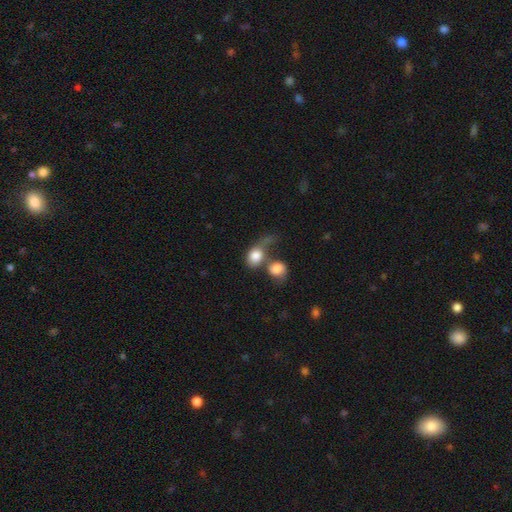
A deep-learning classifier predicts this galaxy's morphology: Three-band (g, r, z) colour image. It shows a smooth galaxy with no disk features (78%) that is in between round and cigar-shaped (51%). Merging: merger (58%).